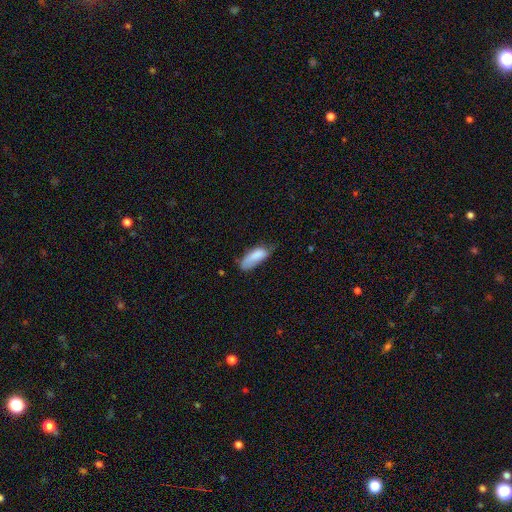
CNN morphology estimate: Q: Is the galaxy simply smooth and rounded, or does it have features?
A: smooth — 82%.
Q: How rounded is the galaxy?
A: in between — 74%.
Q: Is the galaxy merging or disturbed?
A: none — 39%, tied with minor disturbance.